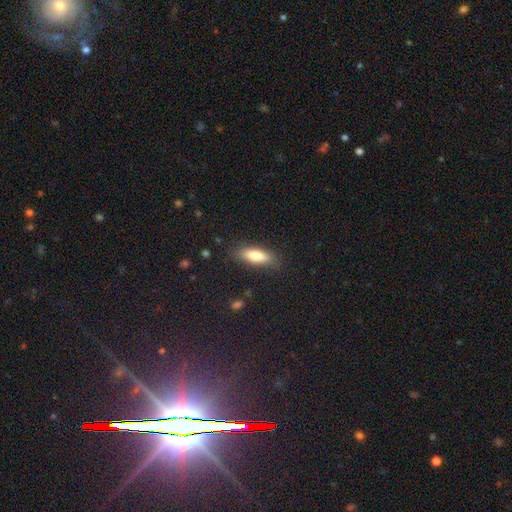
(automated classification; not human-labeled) smooth_or_featured: smooth (p=0.76) [alt: featured or disk p=0.17]
how_rounded: in between (p=0.55) [alt: cigar-shaped p=0.43]
merging: none (p=0.84) [alt: minor disturbance p=0.12]